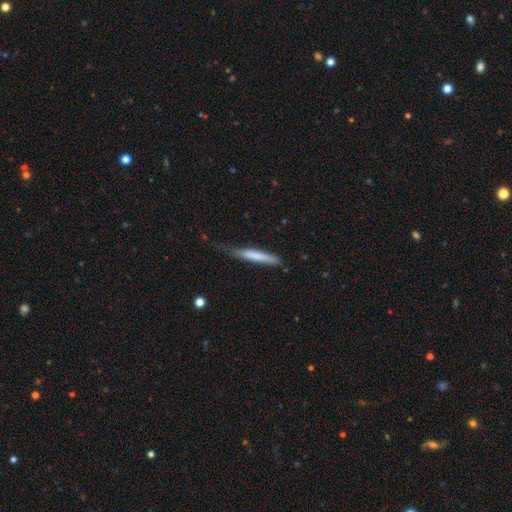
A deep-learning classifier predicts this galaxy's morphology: A smooth galaxy with no disk features (68%) that is cigar-shaped (94%). Merging: none (60%).